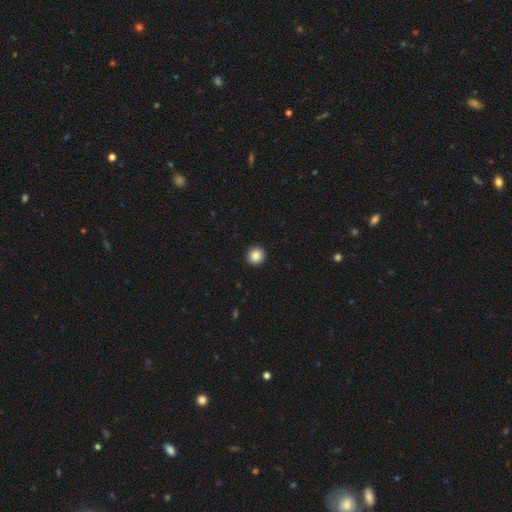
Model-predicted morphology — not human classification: Smooth or featured? smooth (86%)
How rounded? round (95%)
Merging? none (94%)